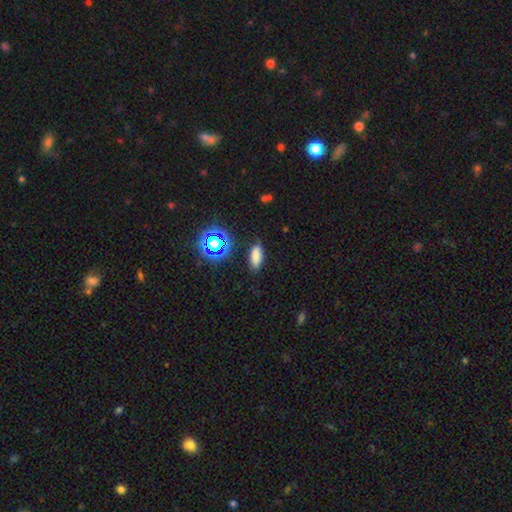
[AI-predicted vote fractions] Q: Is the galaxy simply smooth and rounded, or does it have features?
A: smooth — 74%.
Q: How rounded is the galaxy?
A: in between — 79%.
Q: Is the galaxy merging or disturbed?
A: none — 83%.